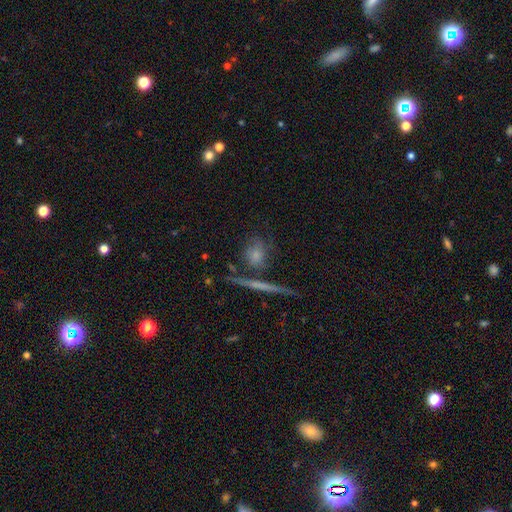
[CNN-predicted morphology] Q: Smooth or featured?
A: smooth (48%); runner-up: featured or disk (40%)
Q: Merging?
A: none (65%); runner-up: minor disturbance (15%)